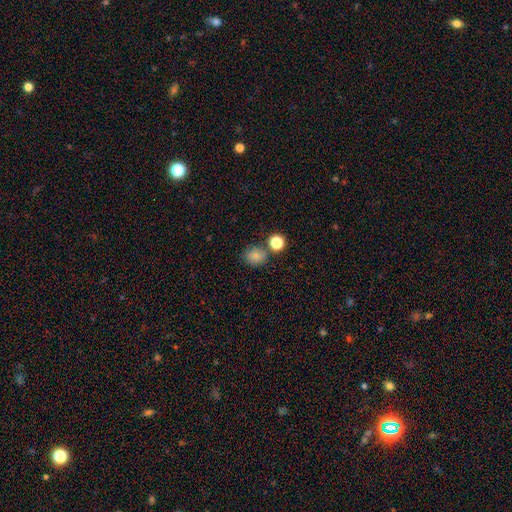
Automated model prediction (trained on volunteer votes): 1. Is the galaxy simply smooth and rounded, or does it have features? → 80% smooth, 13% star or artifact, 7% featured or disk.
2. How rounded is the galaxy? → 67% round, 32% in between, 1% cigar-shaped.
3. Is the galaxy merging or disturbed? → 69% none, 15% merger, 12% minor disturbance, 4% major disturbance.